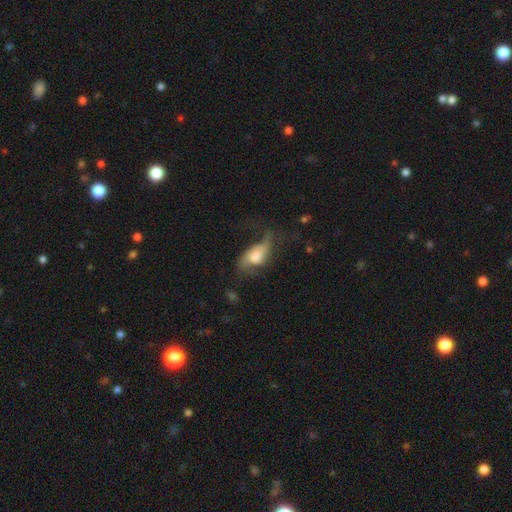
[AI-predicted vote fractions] Smooth or featured? featured or disk (48%)
Merging? major disturbance (39%)